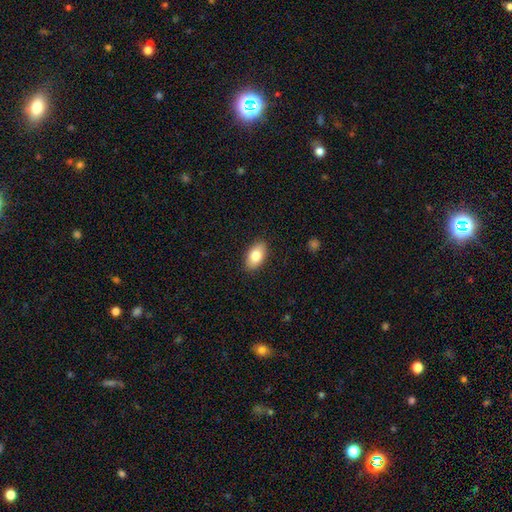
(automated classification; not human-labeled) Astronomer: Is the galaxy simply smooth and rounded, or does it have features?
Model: smooth — 80%.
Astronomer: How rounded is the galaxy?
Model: in between — 93%.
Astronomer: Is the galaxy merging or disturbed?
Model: none — 88%.